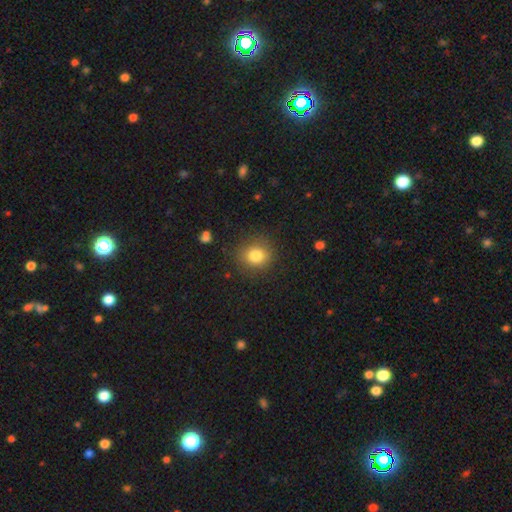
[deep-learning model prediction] A smooth galaxy with no disk features (82%) that is round (79%). Merging: none (84%).